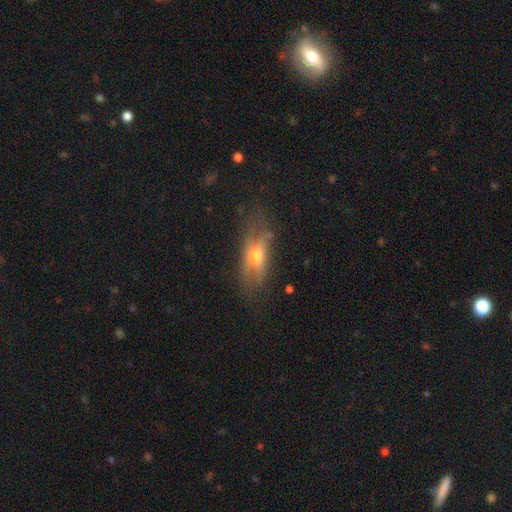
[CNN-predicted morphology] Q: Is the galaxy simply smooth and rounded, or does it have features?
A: featured or disk — 50%.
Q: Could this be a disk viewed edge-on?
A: no — 52%.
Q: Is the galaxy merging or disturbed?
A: none — 54%.